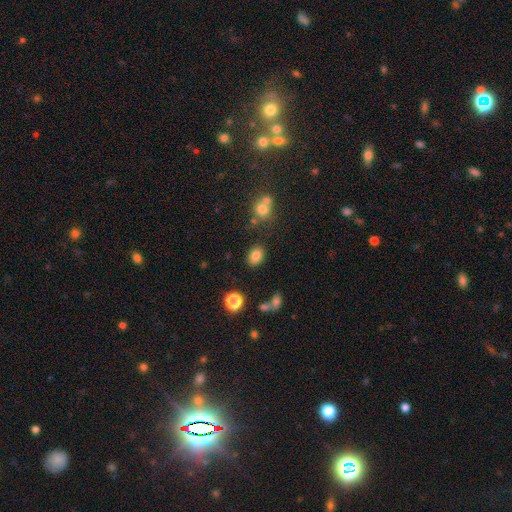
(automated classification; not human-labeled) This appears to be a smooth galaxy with no disk features (82%) that is in between round and cigar-shaped (70%). Merging: none (80%).